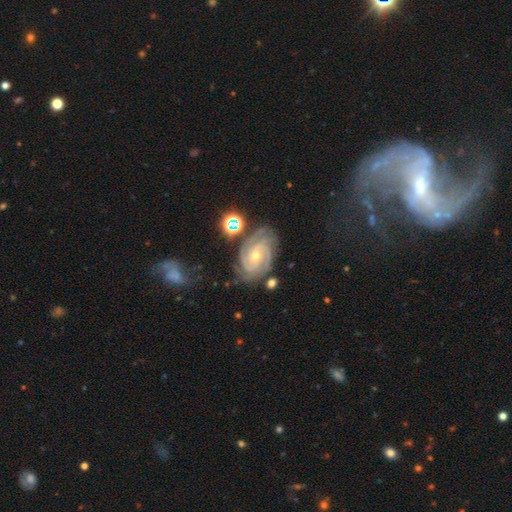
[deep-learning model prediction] Smooth or featured?
  - featured or disk: 86% *
  - star or artifact: 8%
  - smooth: 6%
Edge-on disk?
  - no: 97% *
  - yes: 3%
Bar?
  - no: 65% *
  - weak: 27%
  - strong: 9%
Spiral arms?
  - yes: 98% *
  - no: 2%
Spiral winding?
  - tight: 75% *
  - medium: 21%
  - loose: 4%
Spiral arm count?
  - 3: 29% *
  - 2: 25%
  - can't tell: 18%
  - 4: 16%
  - more than 4: 6%
  - 1: 6%
Bulge size?
  - small: 59% *
  - moderate: 38%
  - large: 1%
  - none: 1%
  - dominant: 1%
Merging?
  - none: 70% *
  - minor disturbance: 19%
  - major disturbance: 7%
  - merger: 5%